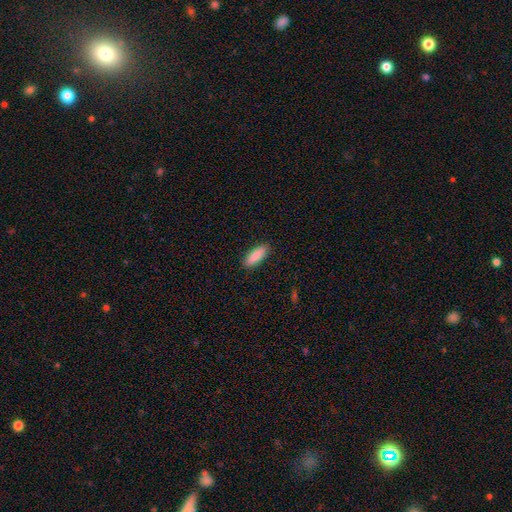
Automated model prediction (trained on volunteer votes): Smooth or featured?
  - smooth: 89% *
  - star or artifact: 6%
  - featured or disk: 6%
How rounded?
  - in between: 59% *
  - cigar-shaped: 39%
  - round: 2%
Merging?
  - none: 89% *
  - minor disturbance: 8%
  - major disturbance: 2%
  - merger: 1%